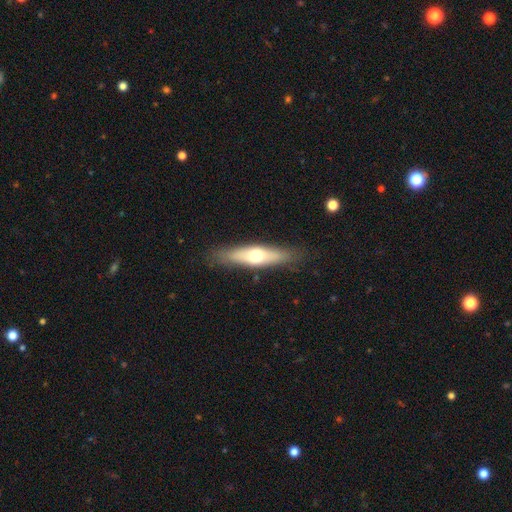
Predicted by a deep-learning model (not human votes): smooth_or_featured: smooth (p=0.50) [alt: featured or disk p=0.45]
merging: none (p=0.84) [alt: minor disturbance p=0.11]